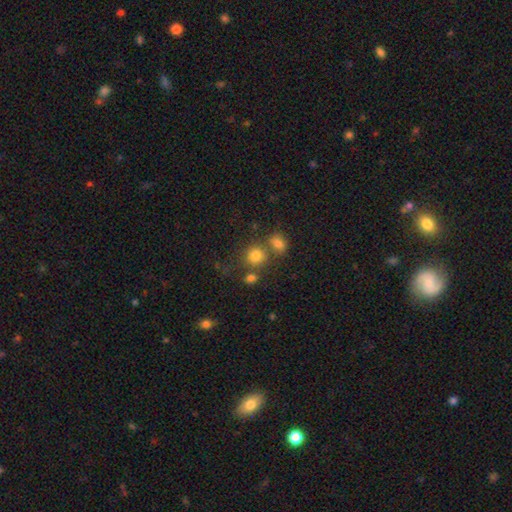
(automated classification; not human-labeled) The model was most divided on "merging": none: 62%, merger: 25%, minor disturbance: 9%, major disturbance: 4%. More confident: how rounded — round (85%); smooth or featured — smooth (78%).